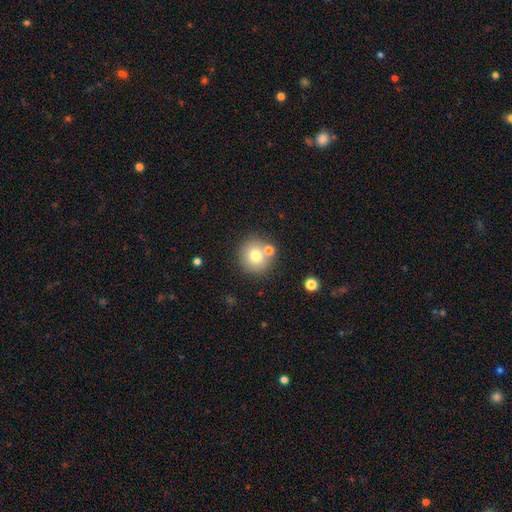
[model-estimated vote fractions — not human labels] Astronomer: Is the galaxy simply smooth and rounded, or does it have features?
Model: smooth — 74%.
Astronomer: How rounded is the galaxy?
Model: round — 92%.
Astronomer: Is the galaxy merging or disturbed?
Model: none — 73%.